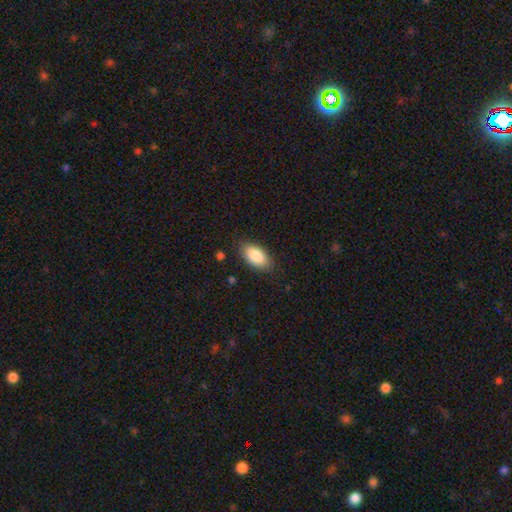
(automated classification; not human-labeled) Overall: smooth (87%). How rounded: in between (94%). Merging: none (83%).